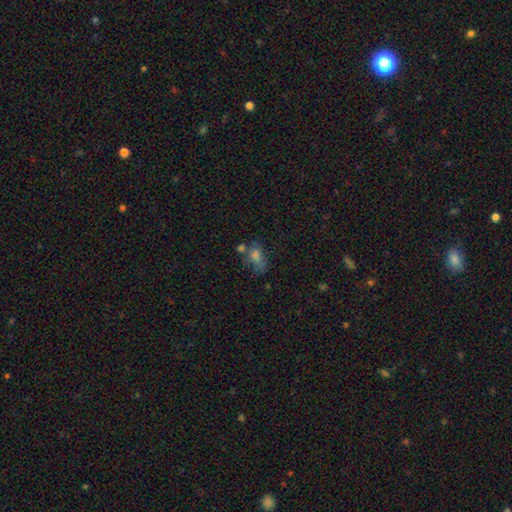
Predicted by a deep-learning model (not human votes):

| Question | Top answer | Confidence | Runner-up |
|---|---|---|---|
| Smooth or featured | smooth | 60% | featured or disk (21%) |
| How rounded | in between | 74% | round (20%) |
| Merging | none | 44% | minor disturbance (22%) |